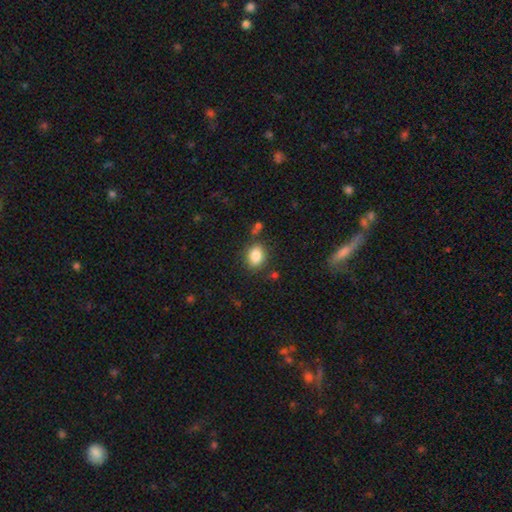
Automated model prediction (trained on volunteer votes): Smooth or featured?
  - smooth: 85% *
  - star or artifact: 9%
  - featured or disk: 6%
How rounded?
  - in between: 56% *
  - round: 43%
  - cigar-shaped: 1%
Merging?
  - none: 80% *
  - minor disturbance: 12%
  - merger: 5%
  - major disturbance: 3%